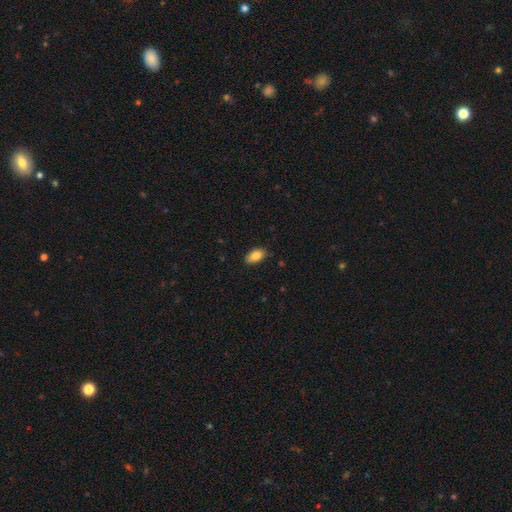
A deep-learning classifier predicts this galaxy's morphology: Smooth or featured? smooth (84%)
How rounded? in between (93%)
Merging? none (84%)